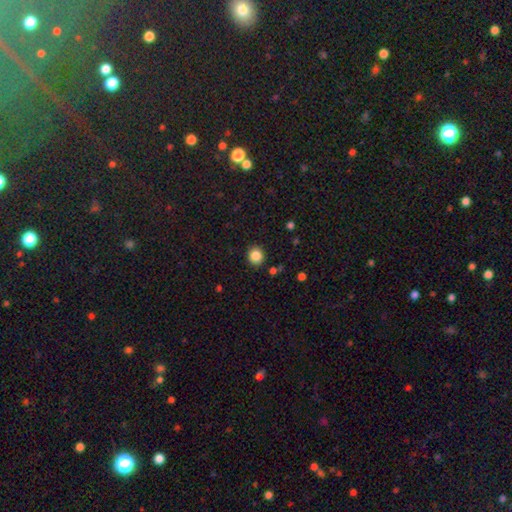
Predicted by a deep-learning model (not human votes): Overall: smooth (85%). How rounded: round (88%). Merging: none (90%).